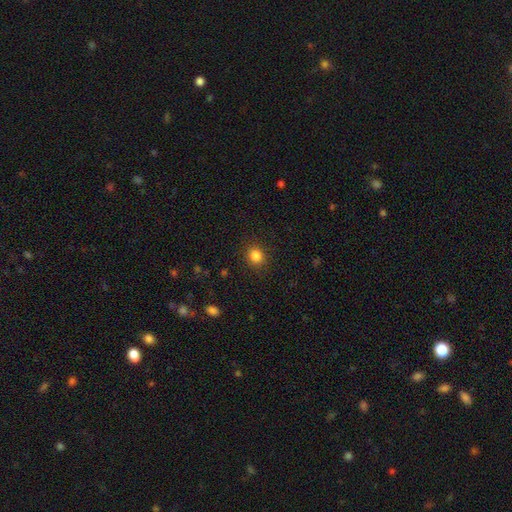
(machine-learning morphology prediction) Smooth or featured? Predicted: smooth (p=0.84). How rounded? Predicted: round (p=0.77). Merging? Predicted: none (p=0.90).